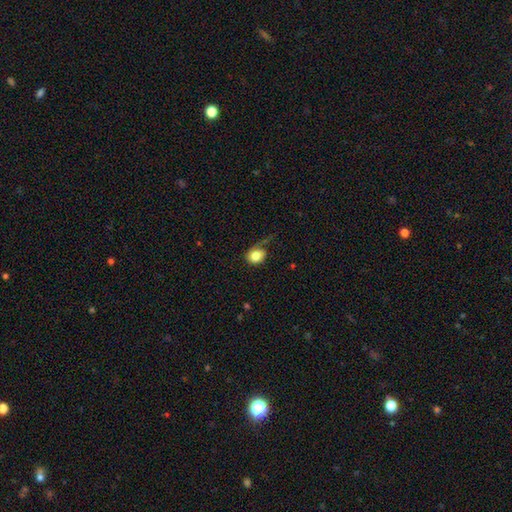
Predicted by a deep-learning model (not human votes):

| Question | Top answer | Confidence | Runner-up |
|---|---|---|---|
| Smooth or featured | smooth | 76% | featured or disk (17%) |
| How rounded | round | 60% | in between (39%) |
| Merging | none | 42% | major disturbance (29%) |